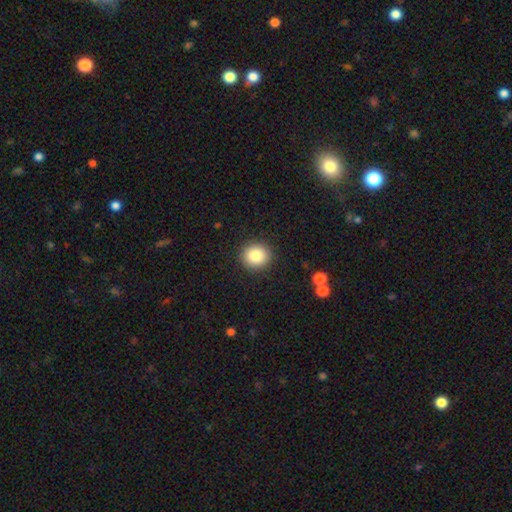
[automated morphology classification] smooth 84%, star or artifact 9%, featured or disk 7%. Down the decision tree: how rounded — round (89%); merging — none (91%).